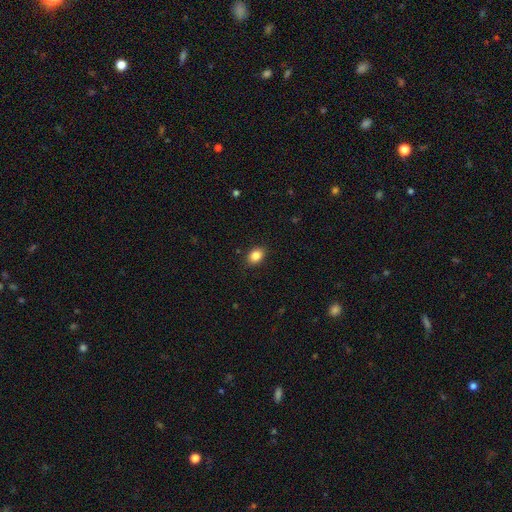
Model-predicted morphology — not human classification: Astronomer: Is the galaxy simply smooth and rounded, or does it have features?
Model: smooth — 85%.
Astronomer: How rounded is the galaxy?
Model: in between — 71%.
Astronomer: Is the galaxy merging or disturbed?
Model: none — 89%.